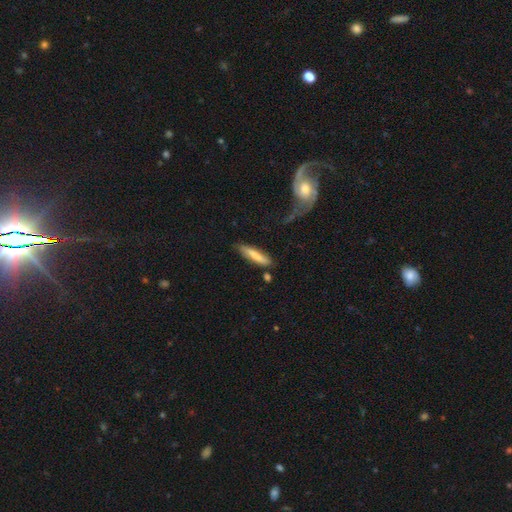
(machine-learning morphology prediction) smooth 72%, featured or disk 22%, star or artifact 6%. Down the decision tree: how rounded — cigar-shaped (83%); merging — none (69%).